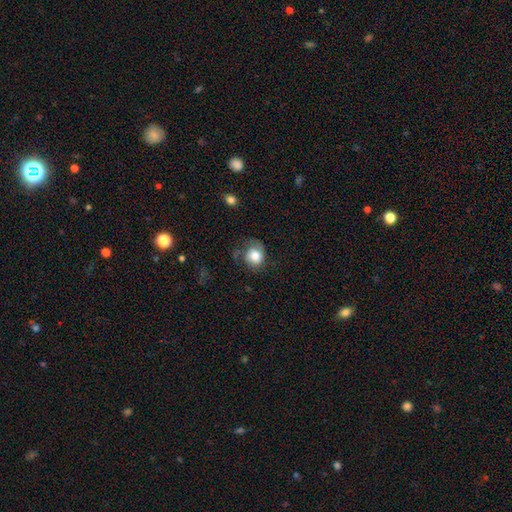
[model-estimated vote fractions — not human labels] smooth 73%, featured or disk 19%, star or artifact 8%. Down the decision tree: how rounded — round (66%); merging — none (47%).